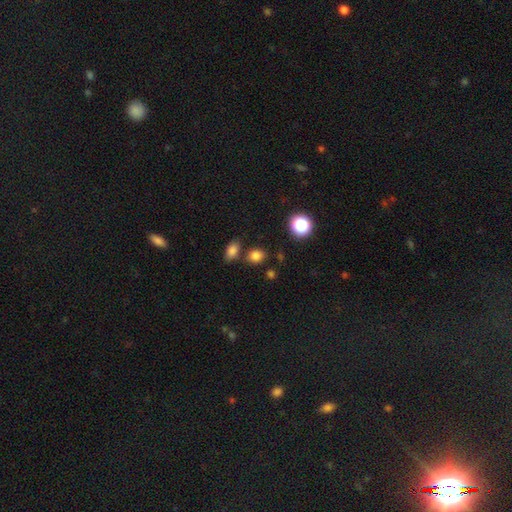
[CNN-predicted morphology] Smooth or featured? smooth (80%)
How rounded? round (57%)
Merging? none (75%)